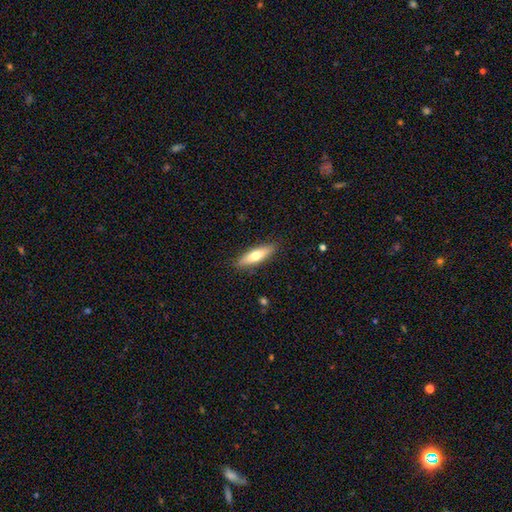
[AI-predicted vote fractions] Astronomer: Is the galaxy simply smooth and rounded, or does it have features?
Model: smooth — 63%.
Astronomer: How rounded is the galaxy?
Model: cigar-shaped — 65%.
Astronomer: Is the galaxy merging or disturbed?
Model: none — 88%.